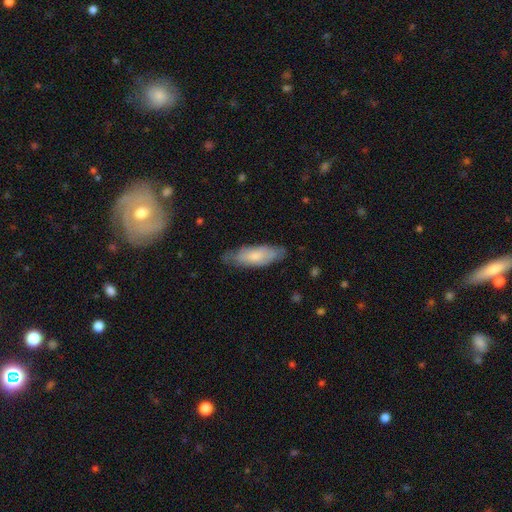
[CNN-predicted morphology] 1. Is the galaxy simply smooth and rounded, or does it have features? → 65% smooth, 29% featured or disk, 6% star or artifact.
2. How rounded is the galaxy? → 64% in between, 35% cigar-shaped, 2% round.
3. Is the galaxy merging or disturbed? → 70% none, 24% minor disturbance, 5% major disturbance, 1% merger.